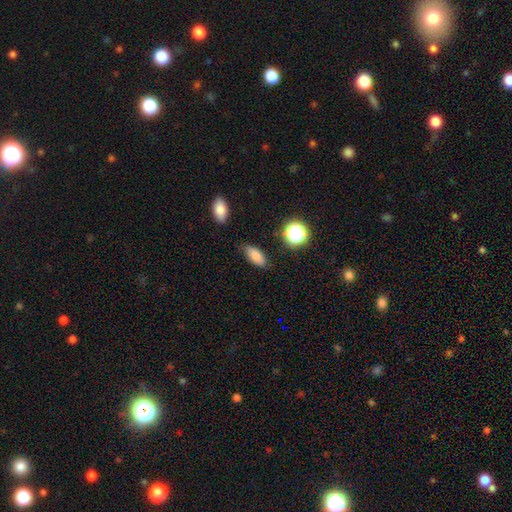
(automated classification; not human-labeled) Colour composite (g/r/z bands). It shows a smooth galaxy with no disk features (83%) that is in between round and cigar-shaped (86%). Merging: none (79%).